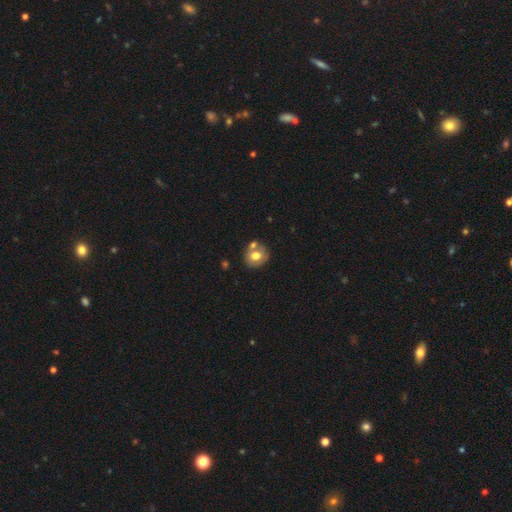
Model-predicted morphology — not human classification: smooth_or_featured: smooth (p=0.68) [alt: featured or disk p=0.24]
how_rounded: round (p=0.73) [alt: in between p=0.26]
merging: none (p=0.55) [alt: merger p=0.27]